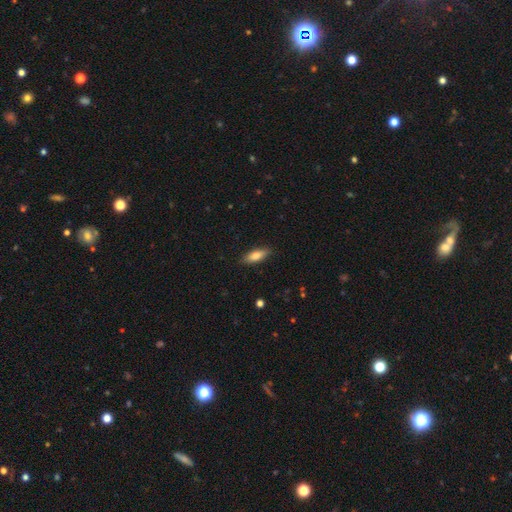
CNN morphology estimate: A smooth galaxy with no disk features (81%) that is in between round and cigar-shaped (63%).

Vote fractions:
- Smooth or featured? smooth: 81% / featured or disk: 13% / star or artifact: 6%
- How rounded? in between: 63% / cigar-shaped: 35% / round: 2%
- Merging? none: 87% / minor disturbance: 10% / major disturbance: 2% / merger: 1%